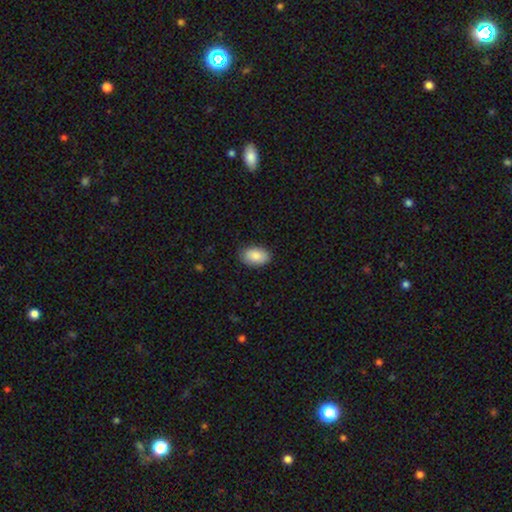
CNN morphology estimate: type=smooth (87%); roundness=in between (91%); merging=none (84%).